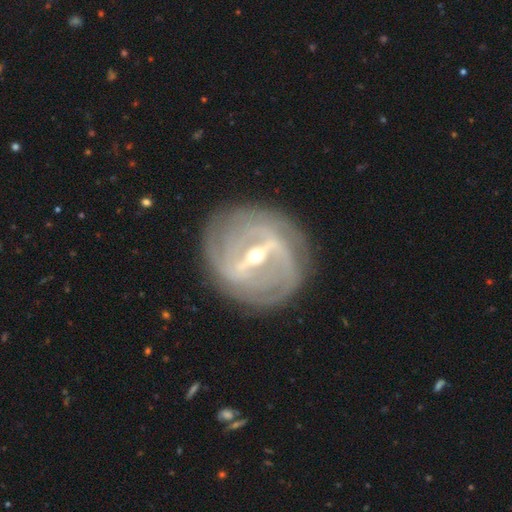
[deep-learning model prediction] featured or disk 90%, star or artifact 5%, smooth 5%. Down the decision tree: edge-on disk — no (93%); bar — strong (77%); spiral arms — yes (92%); spiral arm count — can't tell (32%); spiral winding — tight (67%); bulge size — small (49%); merging — none (83%).